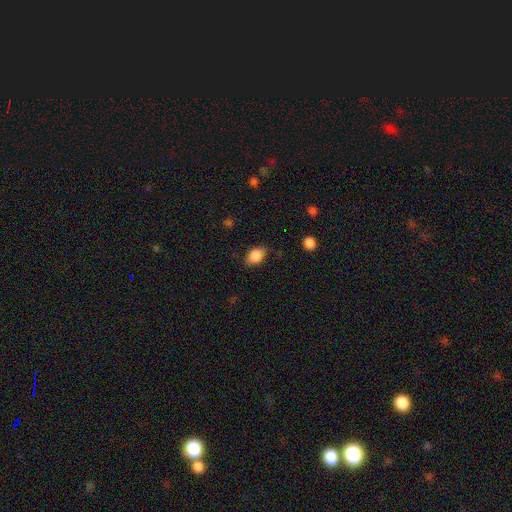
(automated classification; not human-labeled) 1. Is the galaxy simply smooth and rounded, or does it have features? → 84% smooth, 8% star or artifact, 7% featured or disk.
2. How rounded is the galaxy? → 77% in between, 22% round, 2% cigar-shaped.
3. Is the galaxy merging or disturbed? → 70% none, 23% minor disturbance, 5% major disturbance, 2% merger.